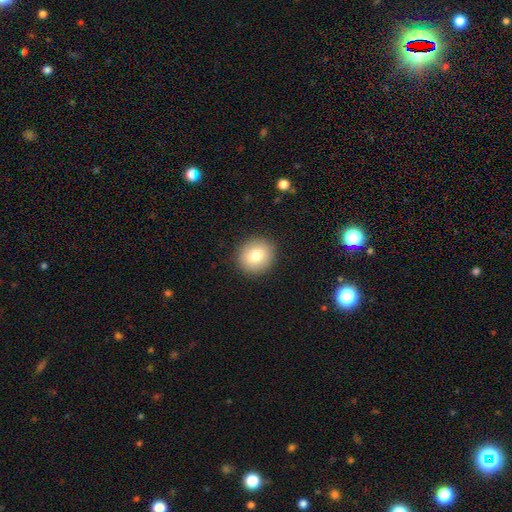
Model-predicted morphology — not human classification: This is clearly a smooth galaxy (80%). How rounded: clearly round (80%). Merging: clearly none (90%).